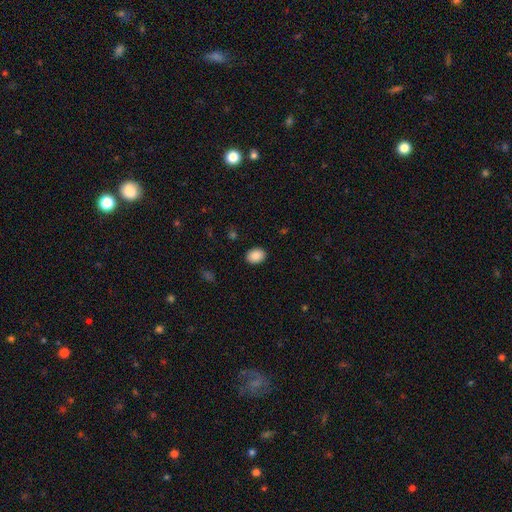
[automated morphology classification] Smooth or featured? smooth (89%)
How rounded? in between (69%)
Merging? none (90%)